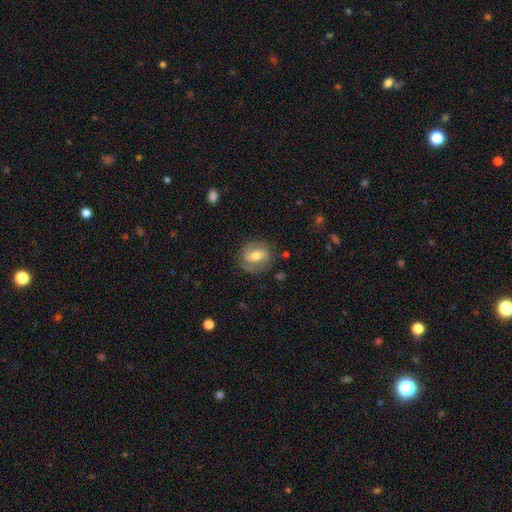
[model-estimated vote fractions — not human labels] Smooth or featured? featured or disk (59%)
Edge-on disk? no (96%)
Bar? weak (46%)
Spiral arms? yes (84%)
Bulge size? moderate (68%)
Merging? none (74%)